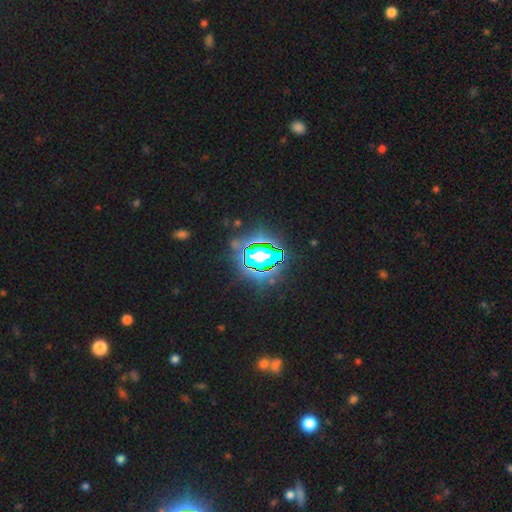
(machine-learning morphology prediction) Smooth or featured? Predicted: star or artifact (p=0.81).